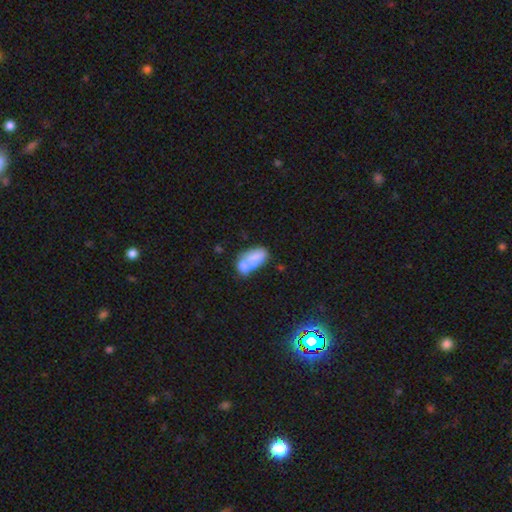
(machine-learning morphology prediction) Smooth or featured?
  - smooth: 58% *
  - featured or disk: 33%
  - star or artifact: 9%
How rounded?
  - in between: 87% *
  - round: 8%
  - cigar-shaped: 5%
Merging?
  - merger: 56% *
  - none: 22%
  - minor disturbance: 13%
  - major disturbance: 10%